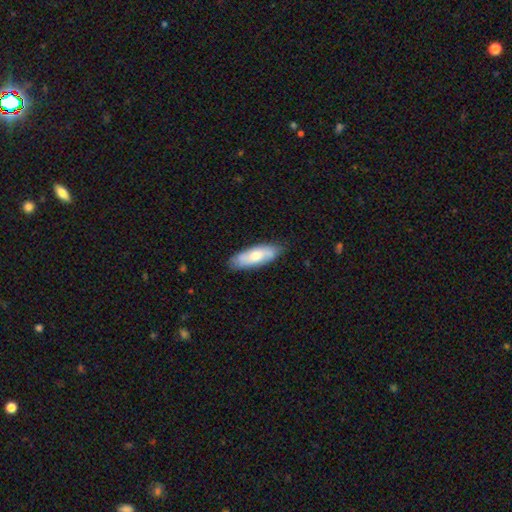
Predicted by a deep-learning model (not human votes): Smooth or featured? Predicted: smooth (p=0.60). How rounded? Predicted: in between (p=0.68). Merging? Predicted: none (p=0.79).